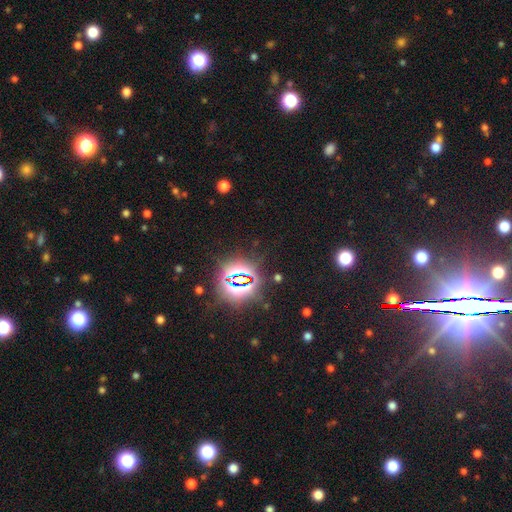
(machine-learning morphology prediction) Smooth or featured? star or artifact (81%)